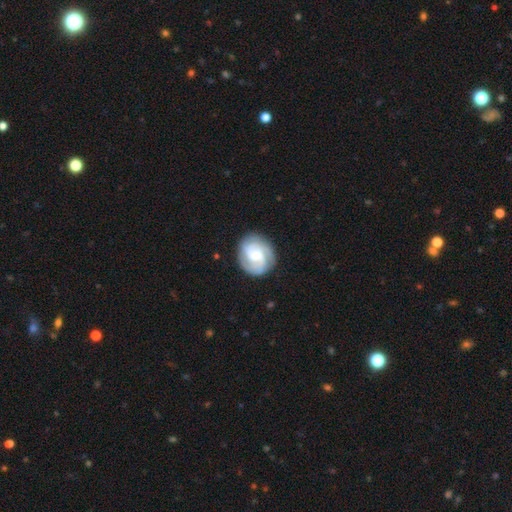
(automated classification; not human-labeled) smooth-or-featured: featured or disk: 80% | smooth: 15% | star or artifact: 5%
  disk-edge-on: no: 98% | yes: 2%
    bar: weak: 46% | no: 44% | strong: 10%
    has-spiral-arms: yes: 96% | no: 4%
      spiral-winding: tight: 55% | medium: 36% | loose: 9%
      spiral-arm-count: 3: 36% | 2: 31% | can't tell: 18% | 4: 7% | 1: 4% | more than 4: 4%
    bulge-size: moderate: 45% | small: 43% | large: 7% | none: 4% | dominant: 1%
  merging: none: 81% | minor disturbance: 13% | major disturbance: 5% | merger: 1%